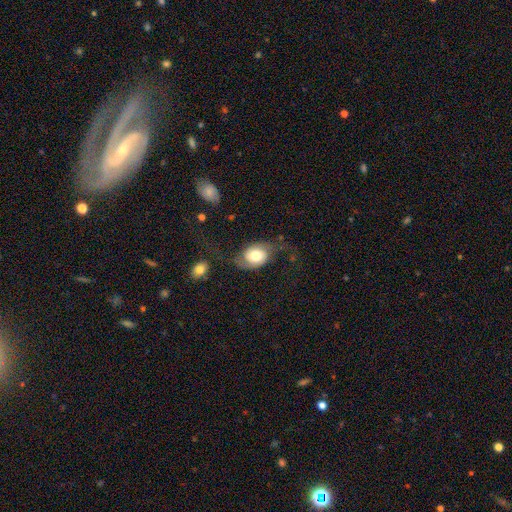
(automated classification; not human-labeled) featured or disk 57%, smooth 36%, star or artifact 8%. Down the decision tree: edge-on disk — no (96%); bar — no (69%); spiral arms — yes (88%); bulge size — moderate (49%); merging — none (48%).